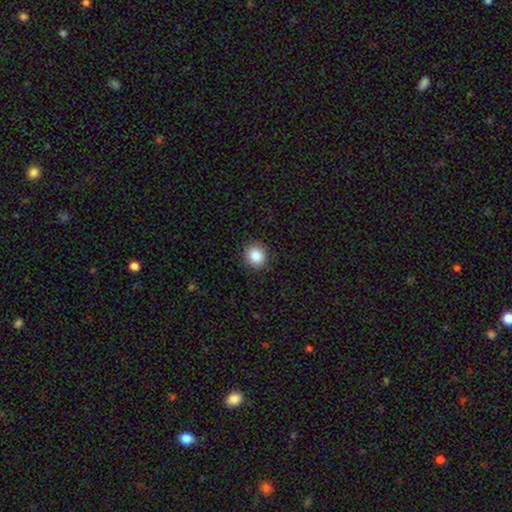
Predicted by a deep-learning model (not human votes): Smooth or featured?
  - smooth: 87% *
  - star or artifact: 9%
  - featured or disk: 4%
How rounded?
  - round: 86% *
  - in between: 13%
  - cigar-shaped: 1%
Merging?
  - none: 91% *
  - minor disturbance: 6%
  - major disturbance: 2%
  - merger: 1%